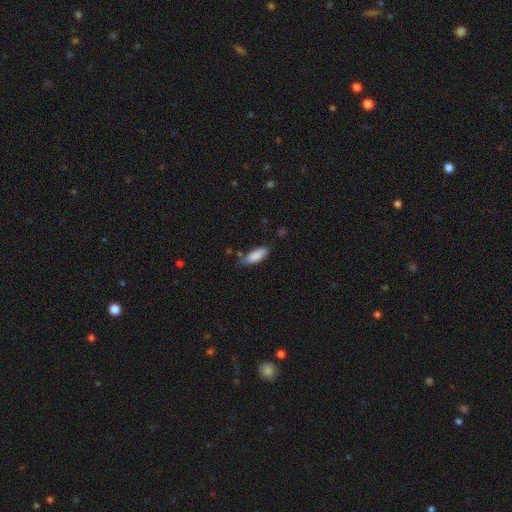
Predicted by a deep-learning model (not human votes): Morphology: type=smooth (87%); roundness=in between (69%); merging=none (68%).